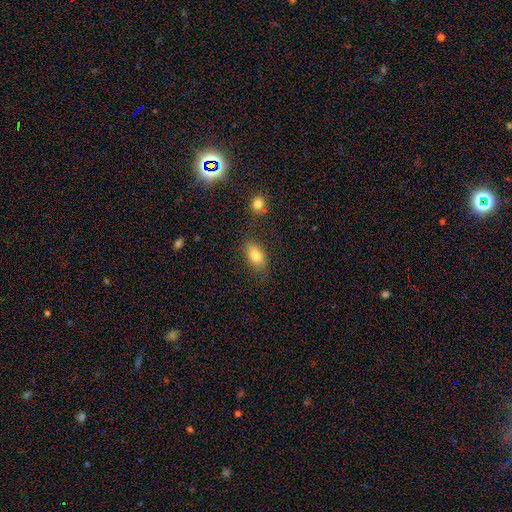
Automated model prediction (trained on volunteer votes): This is likely a smooth galaxy (79%). How rounded: clearly in between (85%). Merging: likely none (75%).